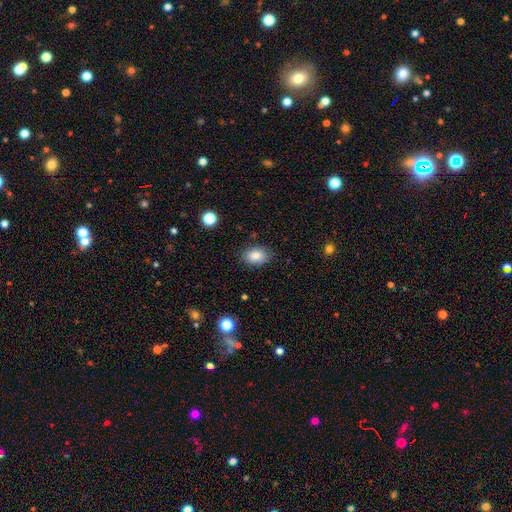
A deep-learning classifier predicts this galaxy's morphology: Overall: smooth (85%). How rounded: in between (83%). Merging: none (82%).